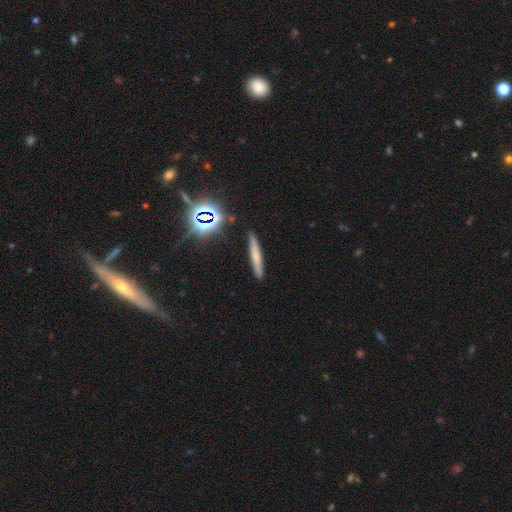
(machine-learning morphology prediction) This is possibly a smooth galaxy (58%). How rounded: clearly cigar-shaped (92%). Merging: clearly none (87%).